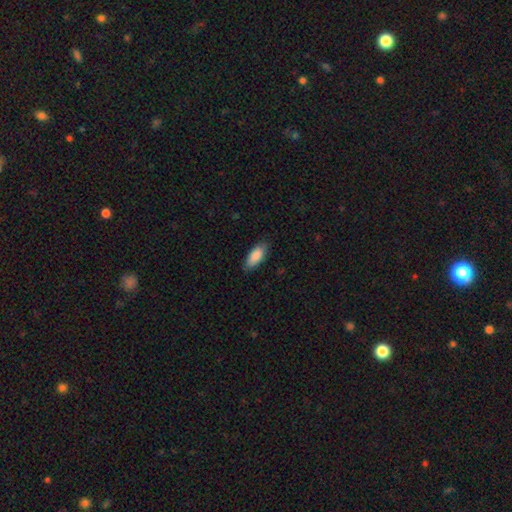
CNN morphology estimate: smooth-or-featured: smooth: 88% | featured or disk: 6% | star or artifact: 6%
  how-rounded: in between: 80% | cigar-shaped: 18% | round: 2%
  merging: none: 85% | minor disturbance: 12% | major disturbance: 2% | merger: 1%